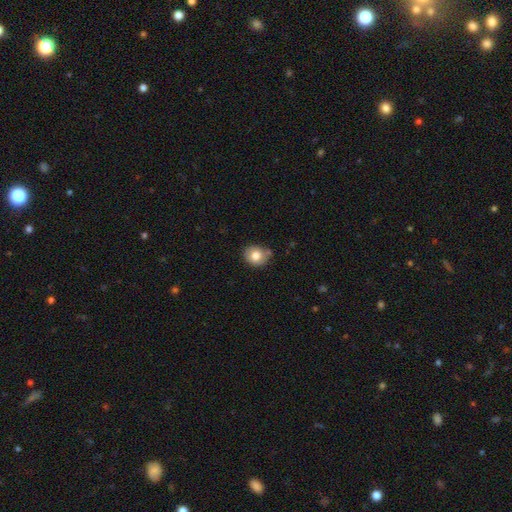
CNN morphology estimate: A smooth galaxy with no disk features (79%) that is round (74%). Merging: none (71%).